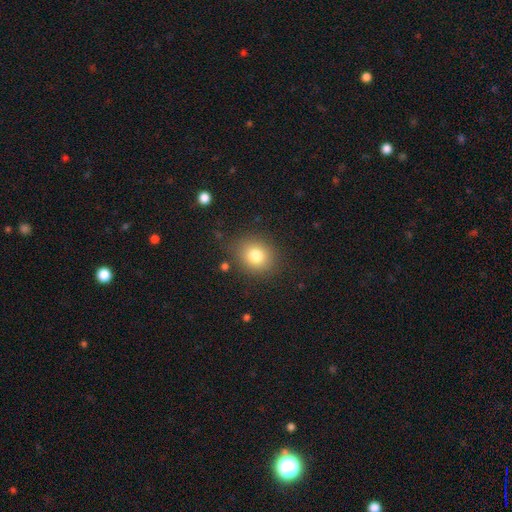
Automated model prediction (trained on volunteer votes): smooth 78%, star or artifact 12%, featured or disk 10%. Down the decision tree: how rounded — round (74%); merging — none (83%).